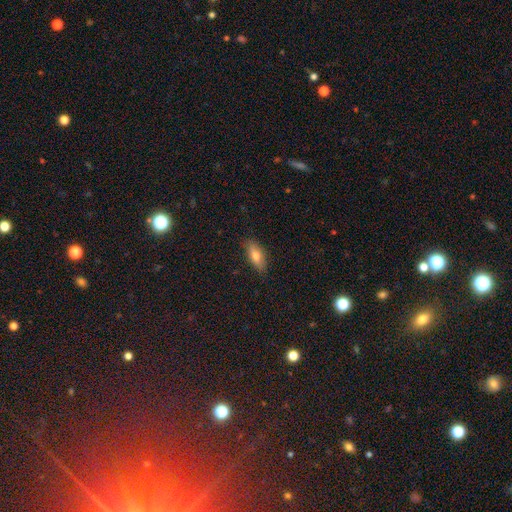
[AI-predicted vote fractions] A smooth galaxy with no disk features (74%) that is in between round and cigar-shaped (75%).

Vote fractions:
- Smooth or featured? smooth: 74% / featured or disk: 19% / star or artifact: 7%
- How rounded? in between: 75% / cigar-shaped: 22% / round: 3%
- Merging? none: 85% / minor disturbance: 11% / major disturbance: 2% / merger: 1%